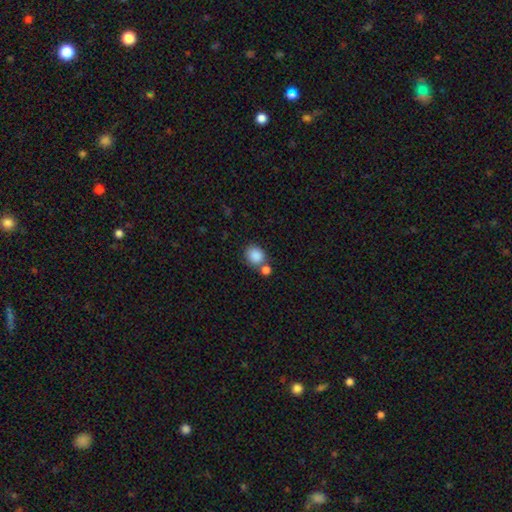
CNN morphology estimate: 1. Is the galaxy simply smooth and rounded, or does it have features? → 86% smooth, 9% star or artifact, 5% featured or disk.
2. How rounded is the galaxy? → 72% round, 27% in between, 1% cigar-shaped.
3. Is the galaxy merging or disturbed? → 58% none, 27% merger, 11% minor disturbance, 4% major disturbance.